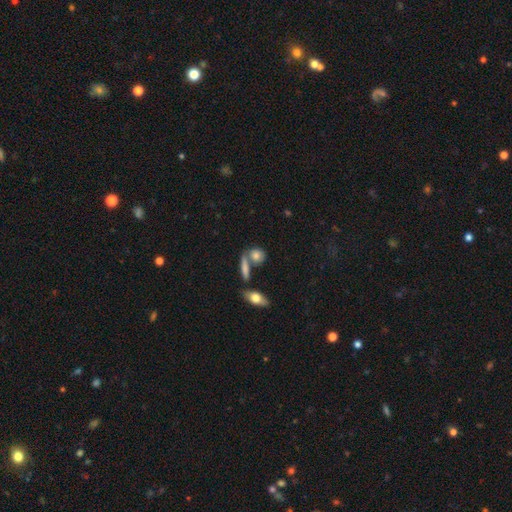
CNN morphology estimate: type=smooth (63%); roundness=in between (51%); merging=none (58%).